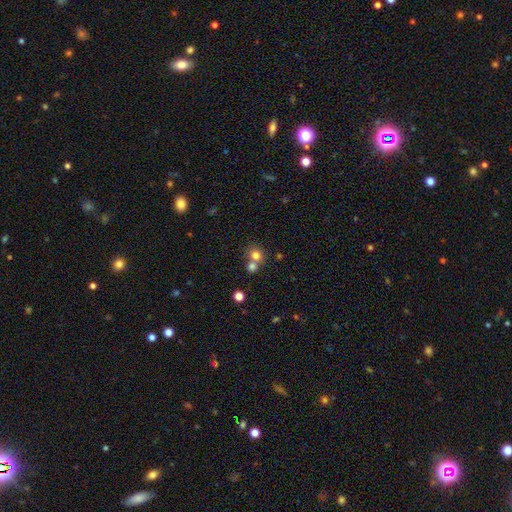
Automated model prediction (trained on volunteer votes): Q: Smooth or featured?
A: smooth (76%); runner-up: star or artifact (13%)
Q: How rounded?
A: round (83%); runner-up: in between (16%)
Q: Merging?
A: merger (47%); runner-up: none (44%)